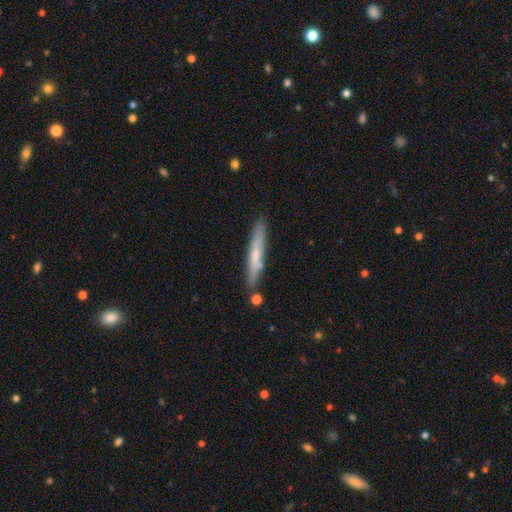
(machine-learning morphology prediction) This appears to be a smooth galaxy with no disk features (59%) that is cigar-shaped (94%). Merging: none (82%).